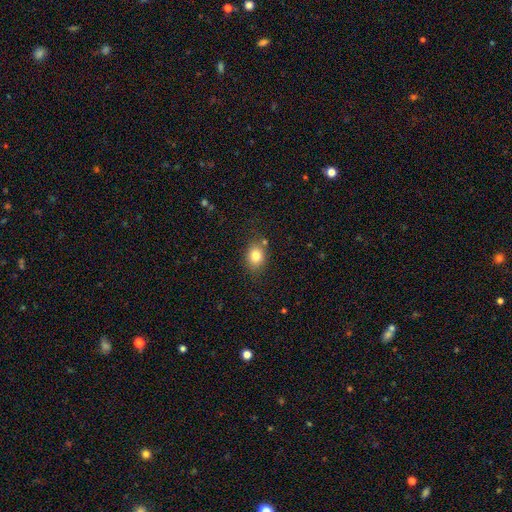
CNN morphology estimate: smooth-or-featured: smooth: 81% | star or artifact: 10% | featured or disk: 9%
  how-rounded: in between: 54% | round: 45% | cigar-shaped: 1%
  merging: none: 77% | minor disturbance: 14% | merger: 5% | major disturbance: 4%